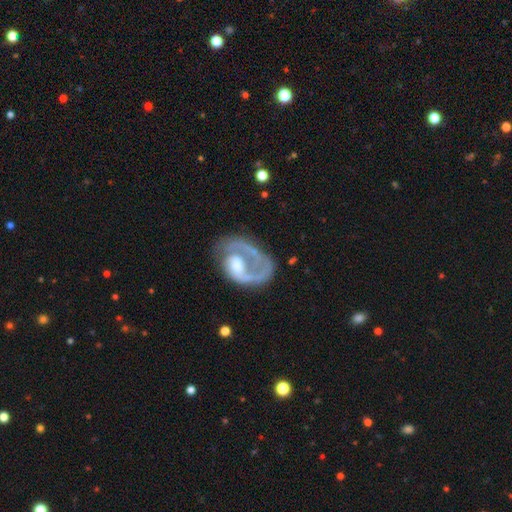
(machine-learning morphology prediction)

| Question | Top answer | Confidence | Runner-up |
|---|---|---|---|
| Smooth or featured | featured or disk | 77% | smooth (17%) |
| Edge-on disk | no | 97% | yes (3%) |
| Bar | no | 73% | weak (22%) |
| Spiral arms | yes | 77% | no (23%) |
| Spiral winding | tight | 46% | medium (31%) |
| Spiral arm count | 1 | 80% | can't tell (8%) |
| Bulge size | moderate | 50% | large (20%) |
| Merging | none | 44% | major disturbance (32%) |